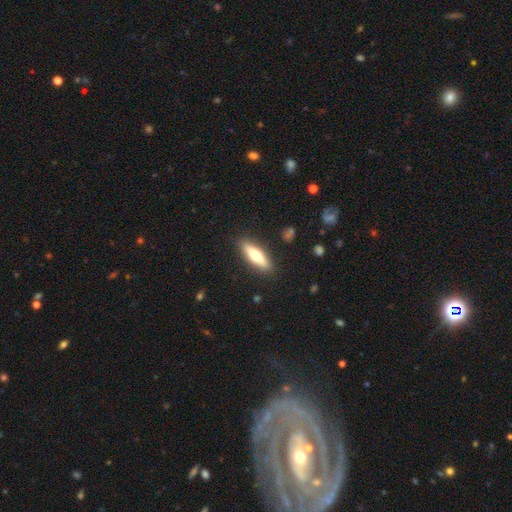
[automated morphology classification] A smooth galaxy with no disk features (58%) that is cigar-shaped (61%).

Vote fractions:
- Smooth or featured? smooth: 58% / featured or disk: 36% / star or artifact: 6%
- How rounded? cigar-shaped: 61% / in between: 37% / round: 2%
- Merging? none: 88% / minor disturbance: 8% / major disturbance: 2% / merger: 1%